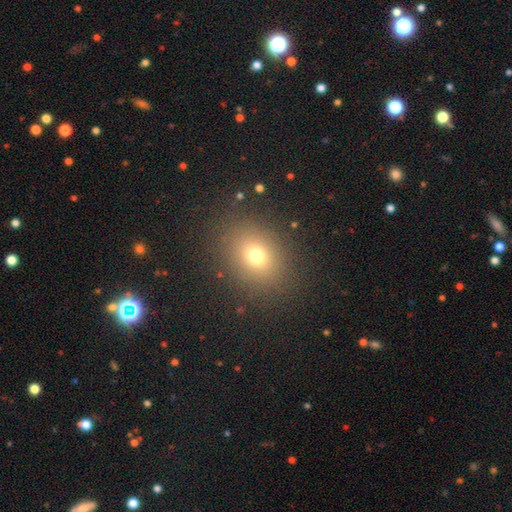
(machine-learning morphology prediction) type=smooth (71%); roundness=round (52%); merging=none (86%).